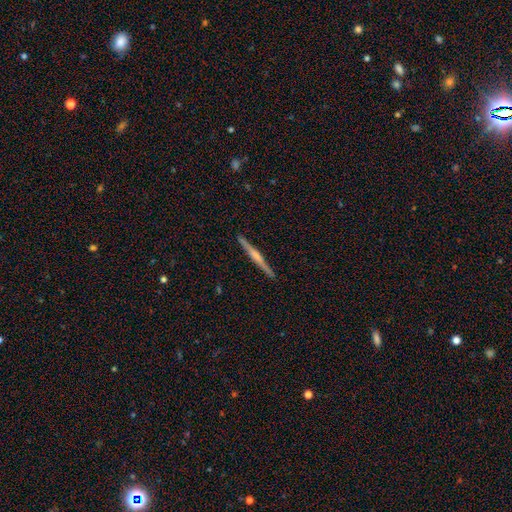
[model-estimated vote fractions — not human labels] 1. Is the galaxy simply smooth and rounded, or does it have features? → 69% featured or disk, 25% smooth, 5% star or artifact.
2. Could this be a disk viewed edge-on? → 98% yes, 2% no.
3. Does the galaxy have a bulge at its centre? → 61% rounded, 24% none, 15% boxy.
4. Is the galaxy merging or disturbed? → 92% none, 6% minor disturbance, 1% major disturbance, 1% merger.